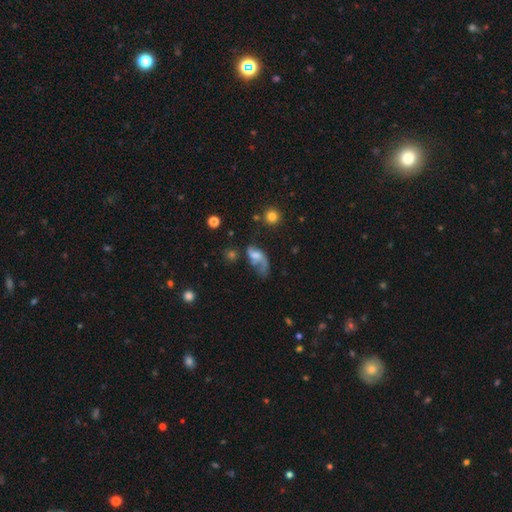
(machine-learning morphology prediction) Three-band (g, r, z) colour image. It shows a featured or disk galaxy (59%) with no bar (56%), spiral arms (77%) and a moderate central bulge (34%). Merging: major disturbance (41%).